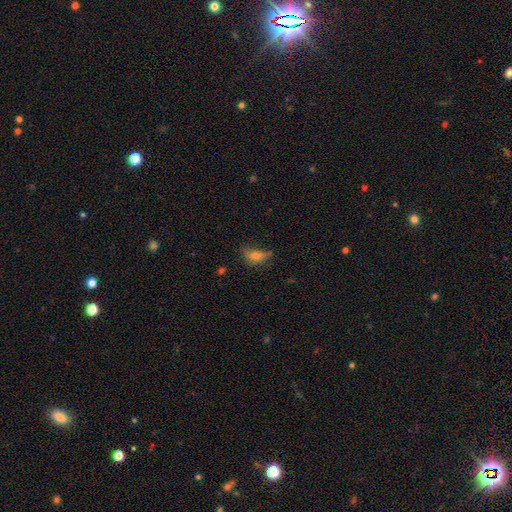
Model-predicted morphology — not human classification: The model was most divided on "merging": none: 42%, minor disturbance: 32%, major disturbance: 23%, merger: 3%. More confident: how rounded — in between (74%); smooth or featured — smooth (60%).